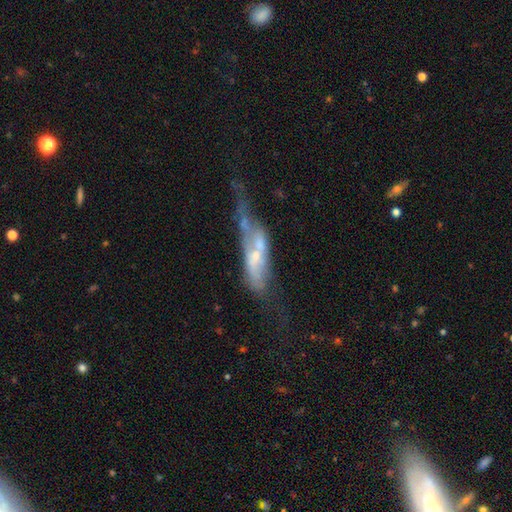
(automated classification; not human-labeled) Smooth or featured? Predicted: featured or disk (p=0.64). Edge-on disk? Predicted: no (p=0.73). Merging? Predicted: merger (p=0.31).